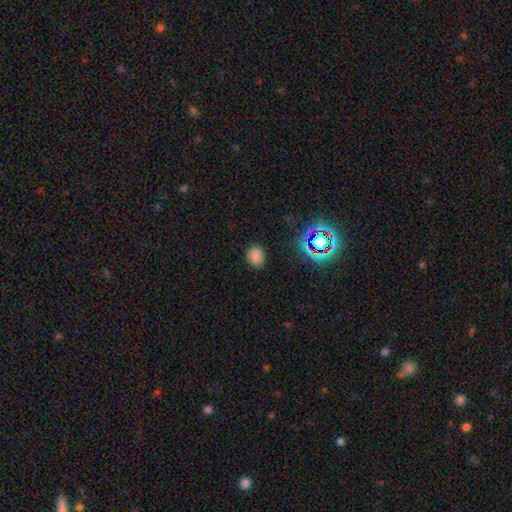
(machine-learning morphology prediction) smooth 77%, star or artifact 18%, featured or disk 5%. Down the decision tree: how rounded — in between (50%); merging — none (85%).